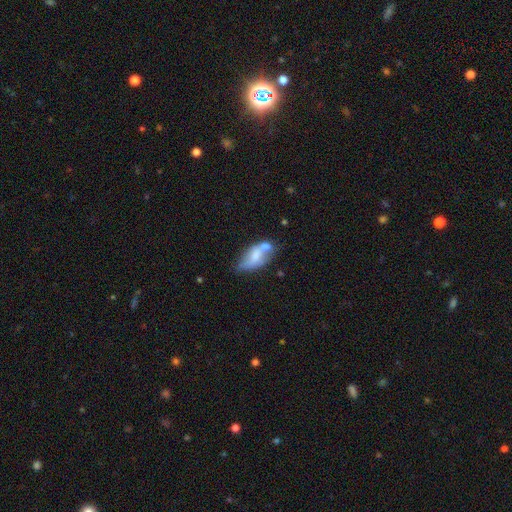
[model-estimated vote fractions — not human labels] This appears to be a smooth galaxy with no disk features (52%) that is in between round and cigar-shaped (85%). Merging: merger (36%).